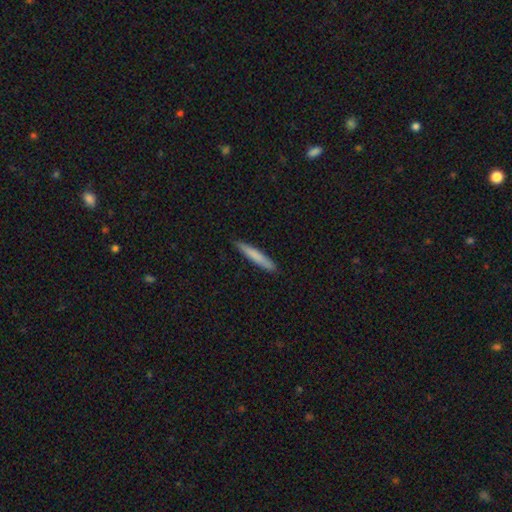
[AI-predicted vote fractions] The model was most divided on "smooth or featured": smooth: 77%, featured or disk: 17%, star or artifact: 6%. More confident: how rounded — cigar-shaped (95%); merging — none (90%).